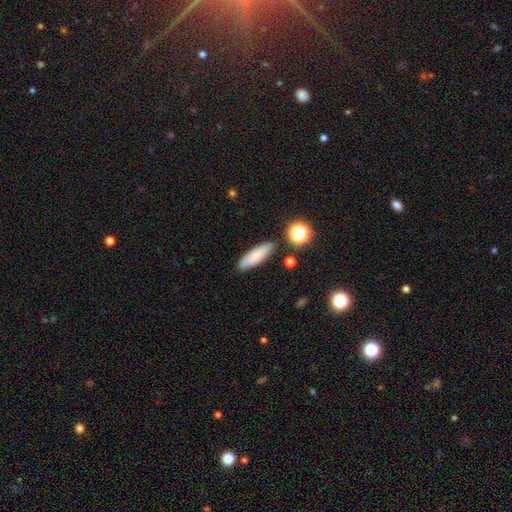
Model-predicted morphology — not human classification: smooth_or_featured: smooth (p=0.75) [alt: featured or disk p=0.16]
how_rounded: cigar-shaped (p=0.52) [alt: in between p=0.45]
merging: none (p=0.84) [alt: minor disturbance p=0.11]